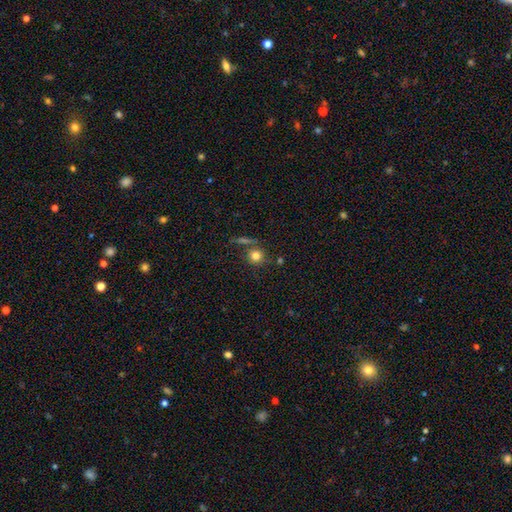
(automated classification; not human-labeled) This appears to be a smooth galaxy with no disk features (78%) that is round (91%). Merging: none (72%).